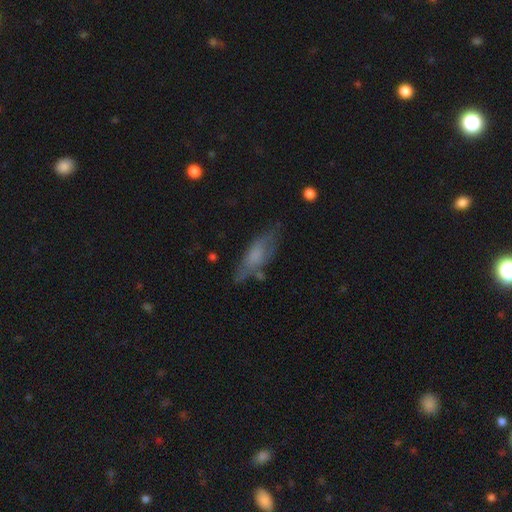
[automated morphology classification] This appears to be a smooth galaxy with no disk features (56%) that is in between round and cigar-shaped (55%). Merging: none (59%).